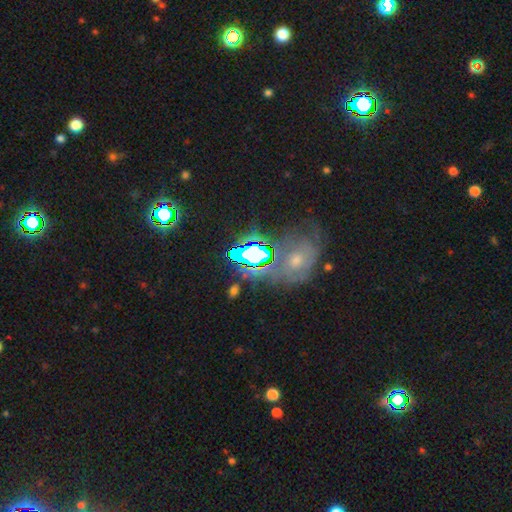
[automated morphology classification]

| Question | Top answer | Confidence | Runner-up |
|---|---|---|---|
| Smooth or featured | star or artifact | 56% | featured or disk (23%) |